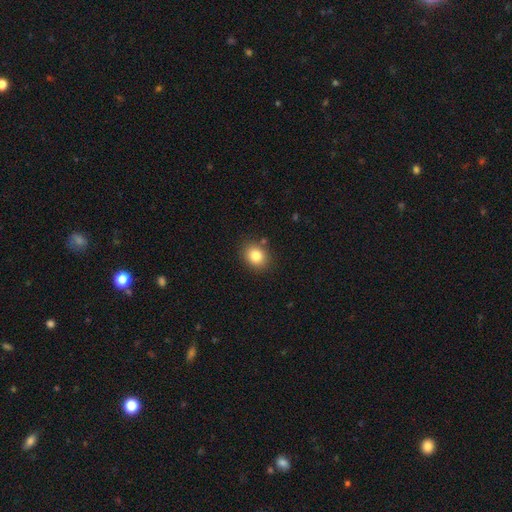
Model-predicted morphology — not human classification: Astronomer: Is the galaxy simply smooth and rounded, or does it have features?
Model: smooth — 83%.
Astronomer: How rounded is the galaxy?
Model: round — 56% (runner-up: in between, 43%).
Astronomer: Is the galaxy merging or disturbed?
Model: none — 86%.